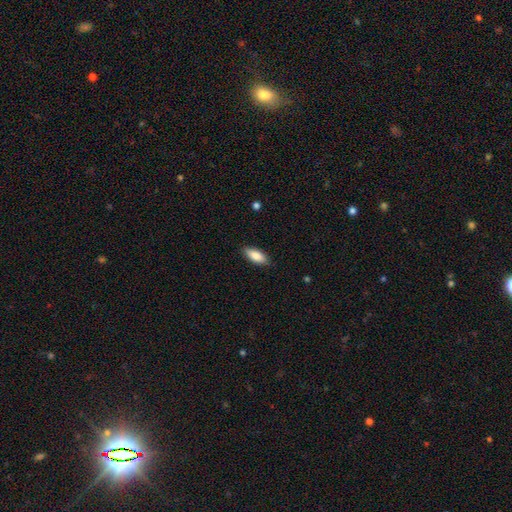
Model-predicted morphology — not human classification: A smooth galaxy with no disk features (85%) that is in between round and cigar-shaped (81%).

Vote fractions:
- Smooth or featured? smooth: 85% / featured or disk: 9% / star or artifact: 6%
- How rounded? in between: 81% / cigar-shaped: 17% / round: 2%
- Merging? none: 87% / minor disturbance: 10% / major disturbance: 2% / merger: 1%